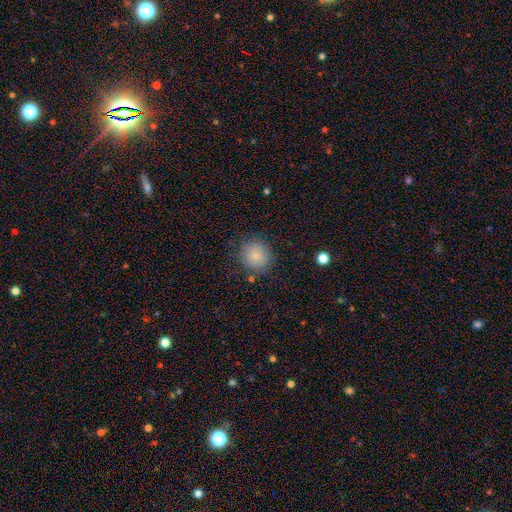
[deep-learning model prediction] smooth_or_featured: smooth (p=0.82) [alt: star or artifact p=0.10]
how_rounded: round (p=0.90) [alt: in between p=0.09]
merging: none (p=0.82) [alt: minor disturbance p=0.11]